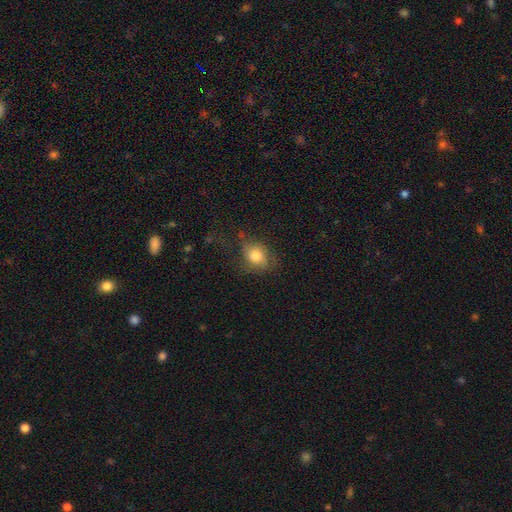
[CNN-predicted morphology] type=smooth (74%); roundness=in between (55%); merging=none (55%).